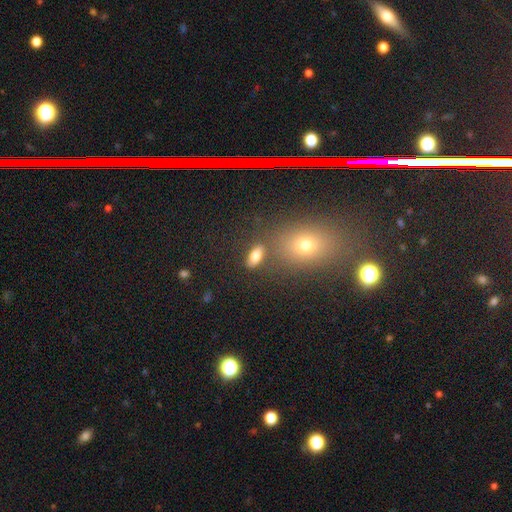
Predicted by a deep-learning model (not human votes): smooth 80%, star or artifact 11%, featured or disk 9%. Down the decision tree: how rounded — in between (84%); merging — none (74%).